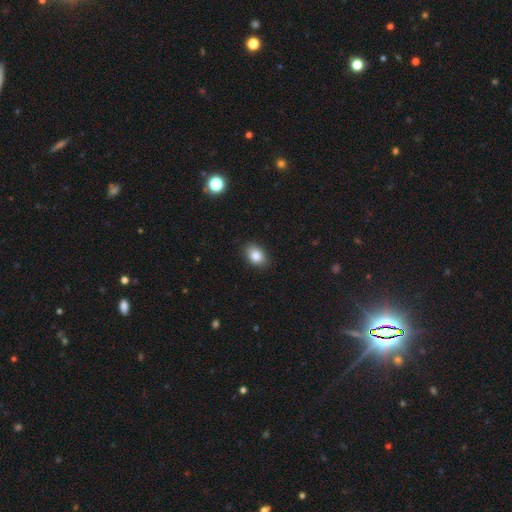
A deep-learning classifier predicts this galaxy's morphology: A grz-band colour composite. It shows a smooth galaxy with no disk features (83%) that is in between round and cigar-shaped (81%). Merging: none (88%).